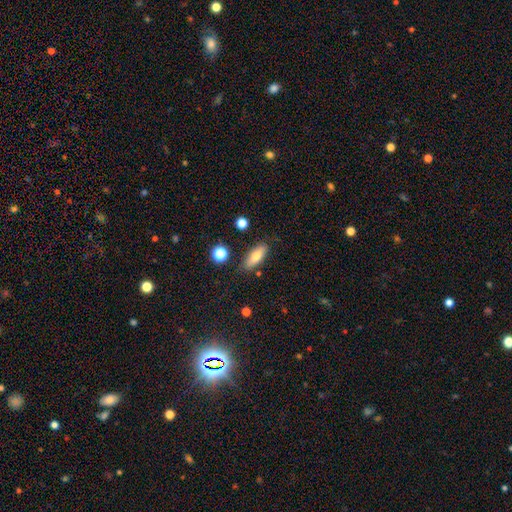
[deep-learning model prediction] The model was most divided on "how rounded": in between: 68%, cigar-shaped: 28%, round: 4%. More confident: merging — none (80%); smooth or featured — smooth (71%).